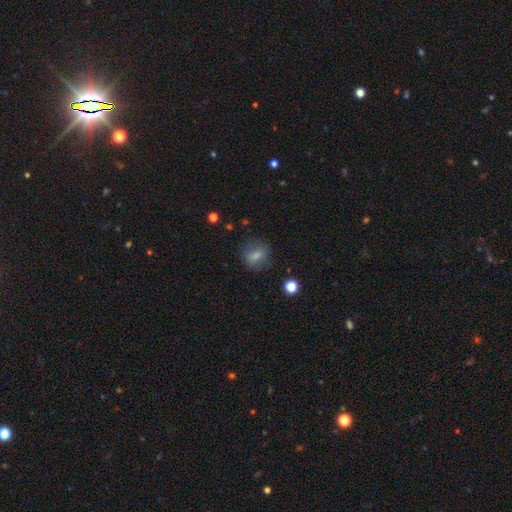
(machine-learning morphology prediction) Smooth or featured? Predicted: smooth (p=0.73). How rounded? Predicted: round (p=0.50). Merging? Predicted: none (p=0.75).